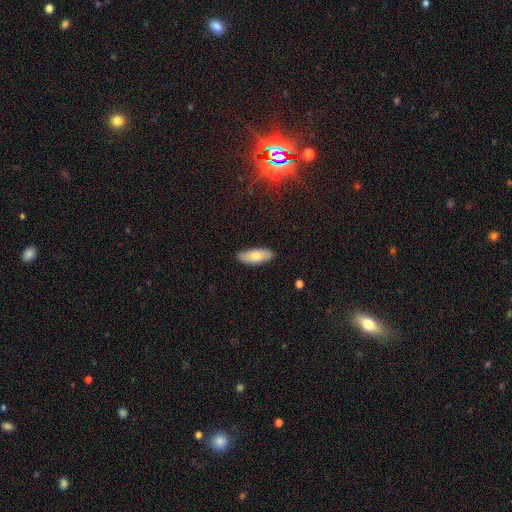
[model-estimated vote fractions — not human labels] This appears to be a smooth galaxy with no disk features (75%) that is in between round and cigar-shaped (78%). Merging: none (86%).